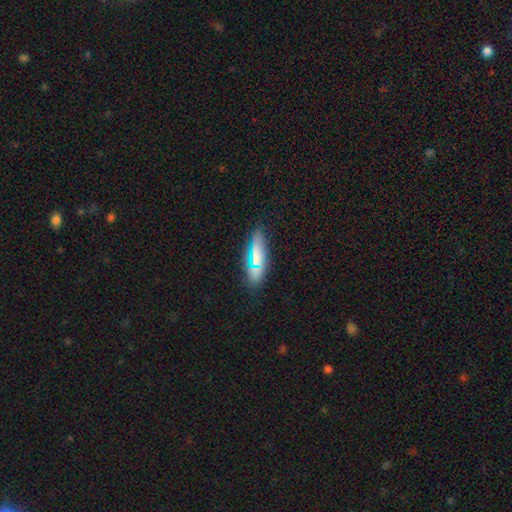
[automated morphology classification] Smooth or featured?
  - smooth: 52% *
  - featured or disk: 33%
  - star or artifact: 15%
How rounded?
  - cigar-shaped: 58% *
  - in between: 37%
  - round: 5%
Merging?
  - none: 72% *
  - minor disturbance: 16%
  - merger: 7%
  - major disturbance: 6%